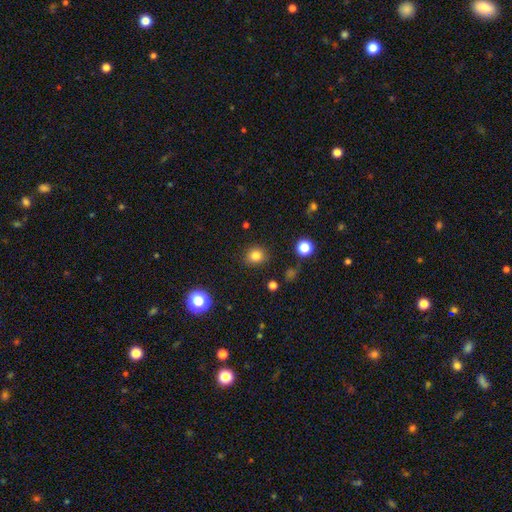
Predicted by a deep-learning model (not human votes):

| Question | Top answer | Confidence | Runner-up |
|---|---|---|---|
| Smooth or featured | smooth | 82% | star or artifact (13%) |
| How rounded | round | 76% | in between (23%) |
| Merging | none | 87% | minor disturbance (9%) |